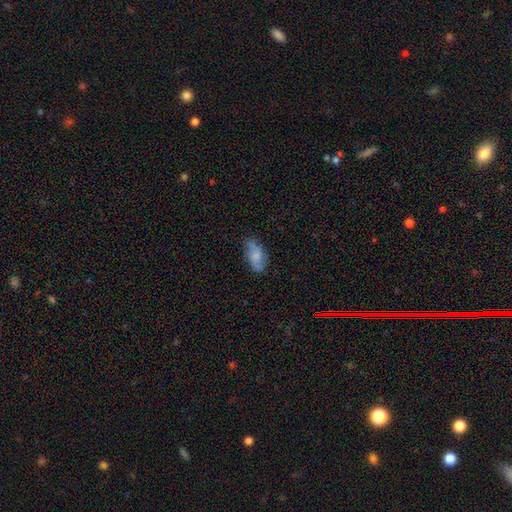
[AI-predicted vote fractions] Q: Smooth or featured?
A: smooth (56%); runner-up: featured or disk (36%)
Q: How rounded?
A: in between (88%); runner-up: cigar-shaped (8%)
Q: Merging?
A: none (68%); runner-up: minor disturbance (23%)